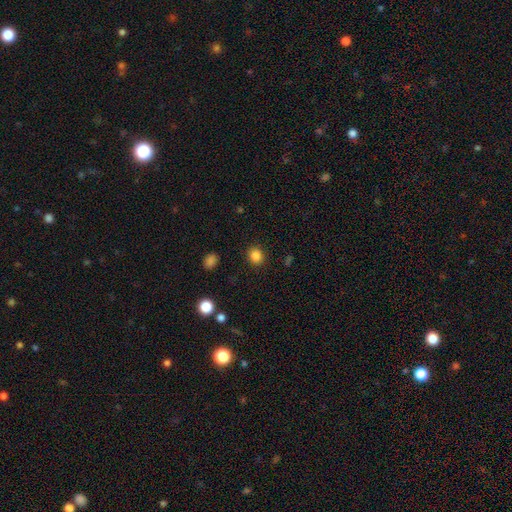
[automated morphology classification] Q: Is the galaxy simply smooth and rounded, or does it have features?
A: smooth — 85%.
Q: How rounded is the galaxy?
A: round — 77%.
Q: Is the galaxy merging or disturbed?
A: none — 90%.